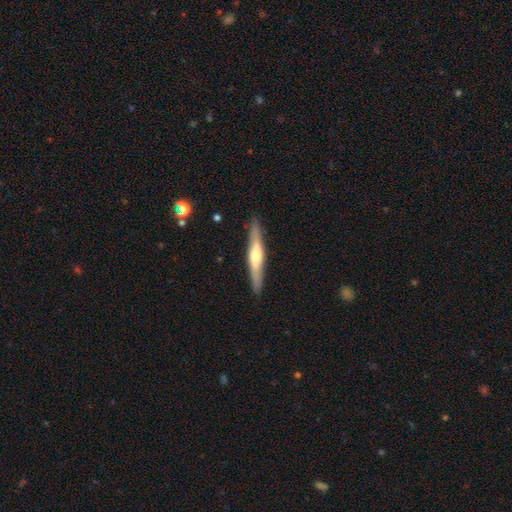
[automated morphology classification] smooth_or_featured: featured or disk (p=0.57) [alt: smooth p=0.37]
disk_edge_on: yes (p=0.93) [alt: no p=0.07]
edge_on_bulge: rounded (p=0.83) [alt: none p=0.09]
merging: none (p=0.89) [alt: minor disturbance p=0.08]